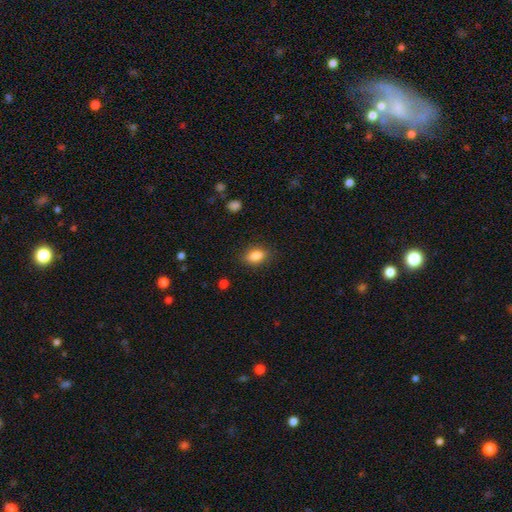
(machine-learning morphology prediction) type=smooth (86%); roundness=in between (86%); merging=none (85%).